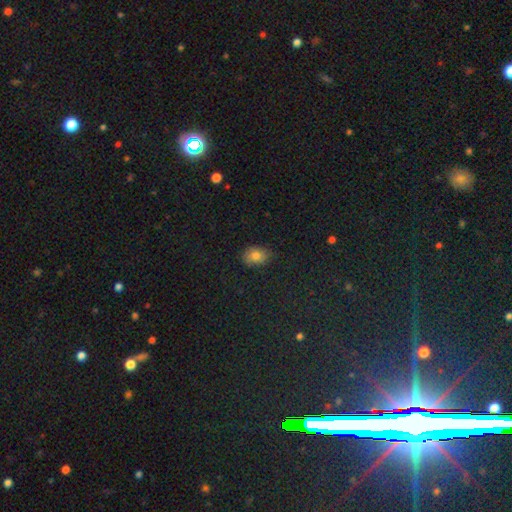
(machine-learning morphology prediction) Q: Smooth or featured?
A: smooth (79%); runner-up: star or artifact (12%)
Q: How rounded?
A: in between (65%); runner-up: round (34%)
Q: Merging?
A: none (76%); runner-up: minor disturbance (19%)